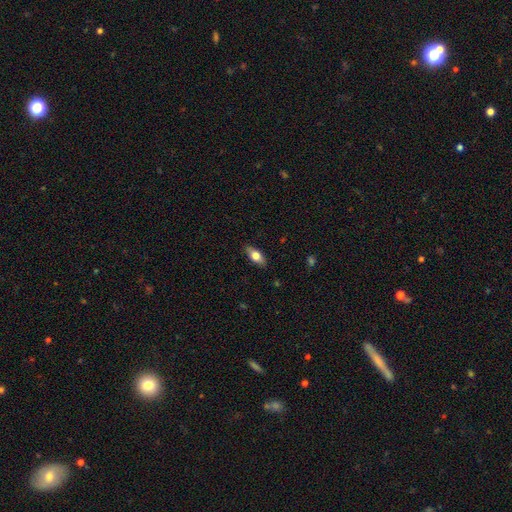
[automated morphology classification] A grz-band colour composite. It shows a smooth galaxy with no disk features (65%) that is in between round and cigar-shaped (80%). Merging: none (87%).